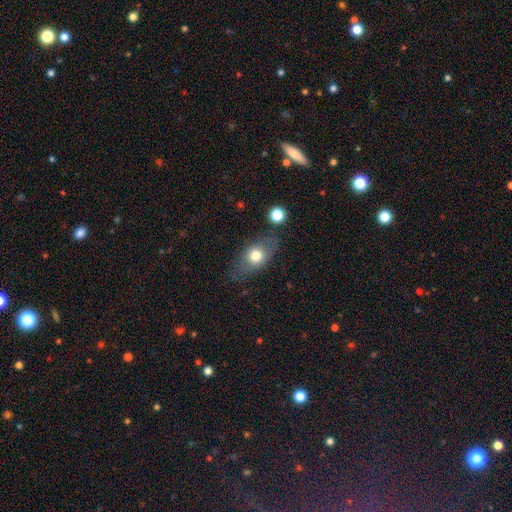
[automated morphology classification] The model was most divided on "smooth or featured": smooth: 69%, featured or disk: 22%, star or artifact: 9%. More confident: how rounded — in between (74%); merging — none (72%).